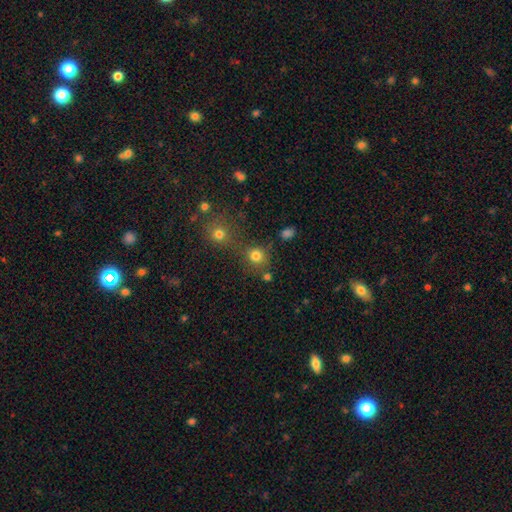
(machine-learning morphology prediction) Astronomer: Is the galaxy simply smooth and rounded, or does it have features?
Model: smooth — 78%.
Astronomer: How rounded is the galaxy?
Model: round — 88%.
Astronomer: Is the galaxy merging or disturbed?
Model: none — 65%.